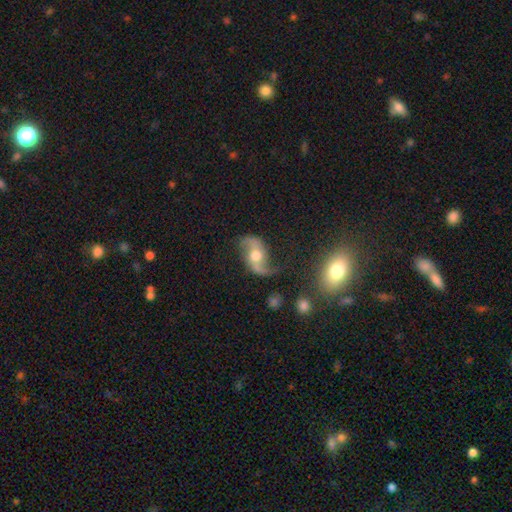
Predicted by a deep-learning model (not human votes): smooth_or_featured: featured or disk (p=0.84) [alt: smooth p=0.09]
disk_edge_on: no (p=0.96) [alt: yes p=0.04]
bar: no (p=0.51) [alt: weak p=0.35]
has_spiral_arms: yes (p=0.95) [alt: no p=0.05]
spiral_winding: loose (p=0.79) [alt: medium p=0.17]
spiral_arm_count: 2 (p=0.92) [alt: 1 p=0.04]
bulge_size: moderate (p=0.70) [alt: small p=0.14]
merging: none (p=0.68) [alt: minor disturbance p=0.18]